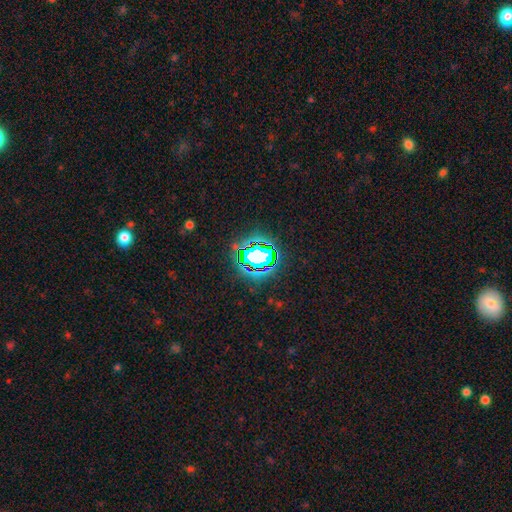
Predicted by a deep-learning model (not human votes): Q: Smooth or featured?
A: star or artifact (66%); runner-up: smooth (20%)